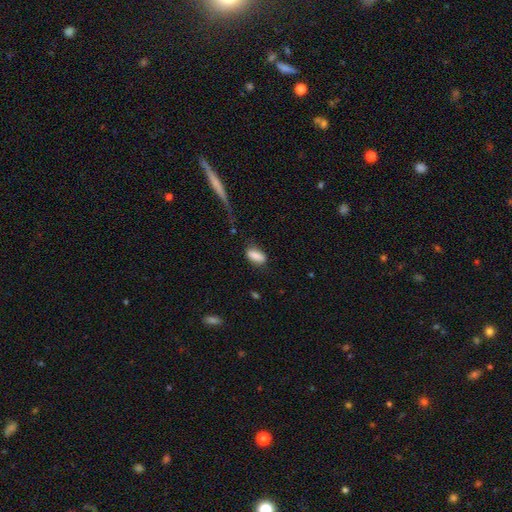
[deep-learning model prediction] A smooth galaxy with no disk features (85%) that is in between round and cigar-shaped (84%).

Vote fractions:
- Smooth or featured? smooth: 85% / featured or disk: 8% / star or artifact: 7%
- How rounded? in between: 84% / cigar-shaped: 12% / round: 4%
- Merging? none: 72% / minor disturbance: 19% / major disturbance: 6% / merger: 3%